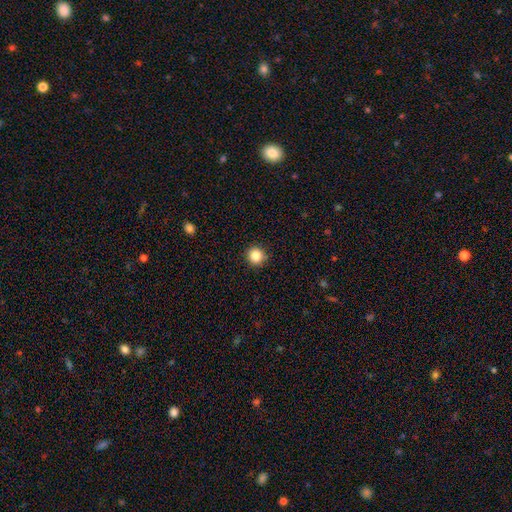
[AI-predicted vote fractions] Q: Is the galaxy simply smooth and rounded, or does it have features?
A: smooth — 85%.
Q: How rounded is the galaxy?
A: round — 93%.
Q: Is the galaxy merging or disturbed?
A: none — 91%.